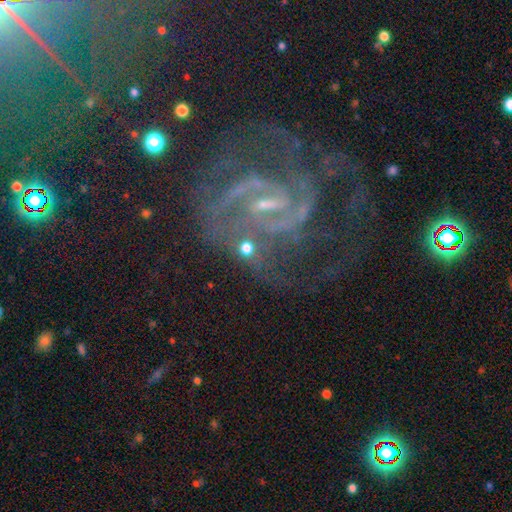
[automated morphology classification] Smooth or featured? featured or disk (84%)
Edge-on disk? no (98%)
Bar? weak (50%)
Spiral arms? yes (96%)
Spiral winding? medium (47%)
Spiral arm count? 2 (53%)
Bulge size? small (68%)
Merging? none (53%)